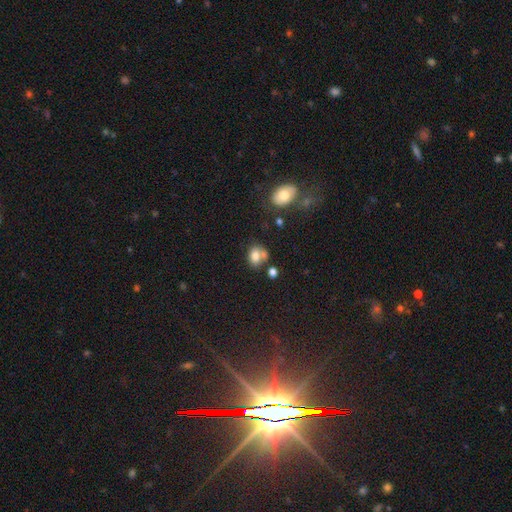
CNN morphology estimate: smooth 76%, featured or disk 13%, star or artifact 11%. Down the decision tree: how rounded — in between (58%); merging — none (40%).